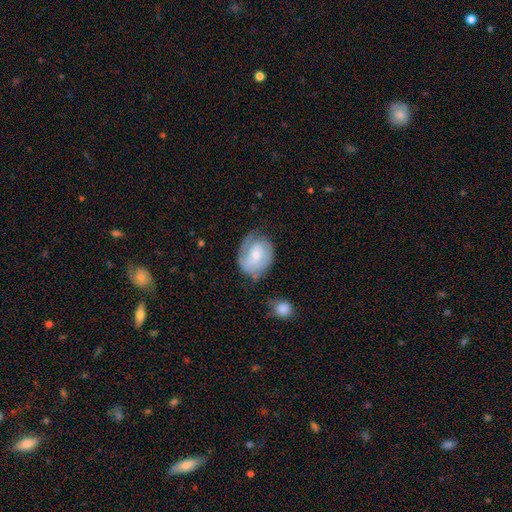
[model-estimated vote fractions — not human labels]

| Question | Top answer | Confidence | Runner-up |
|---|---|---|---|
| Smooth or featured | featured or disk | 58% | smooth (35%) |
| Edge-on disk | no | 97% | yes (3%) |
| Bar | no | 68% | weak (27%) |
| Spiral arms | yes | 81% | no (19%) |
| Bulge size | small | 55% | moderate (37%) |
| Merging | none | 52% | minor disturbance (28%) |